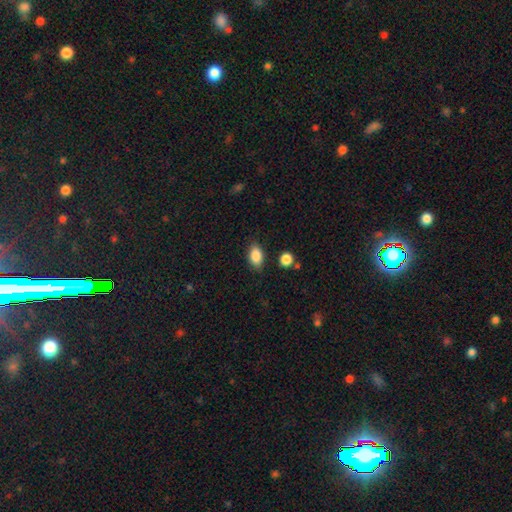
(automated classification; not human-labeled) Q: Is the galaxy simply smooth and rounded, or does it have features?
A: smooth — 87%.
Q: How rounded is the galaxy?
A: in between — 88%.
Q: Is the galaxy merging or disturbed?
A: none — 82%.